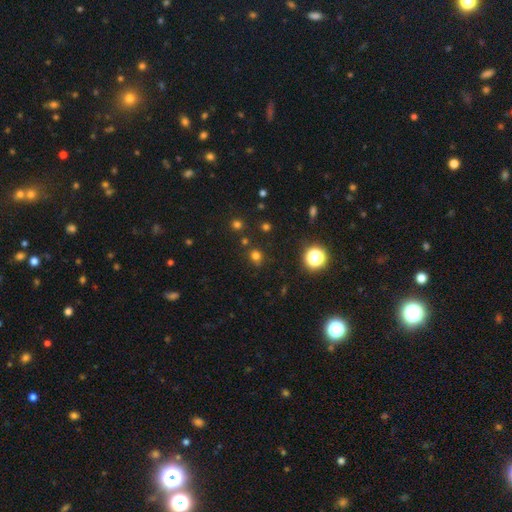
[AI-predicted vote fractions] Overall: smooth (70%). How rounded: round (81%). Merging: none (81%).